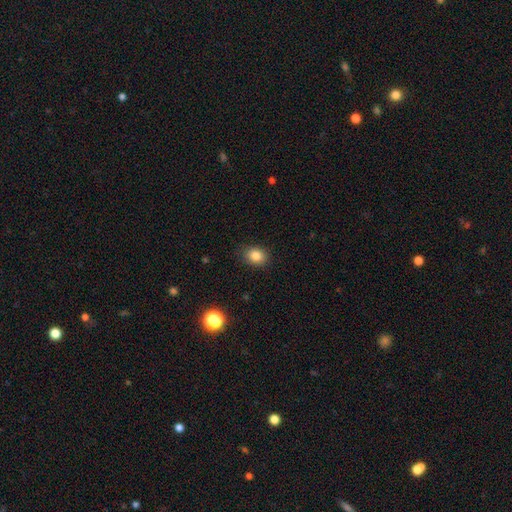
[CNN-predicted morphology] smooth-or-featured: smooth: 84% | star or artifact: 10% | featured or disk: 5%
  how-rounded: in between: 54% | round: 45% | cigar-shaped: 1%
  merging: none: 86% | minor disturbance: 11% | major disturbance: 3% | merger: 1%